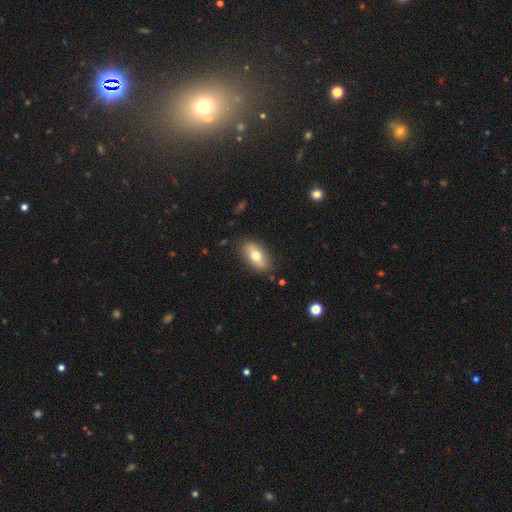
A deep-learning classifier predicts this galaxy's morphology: Smooth or featured? smooth (71%)
How rounded? in between (90%)
Merging? none (85%)